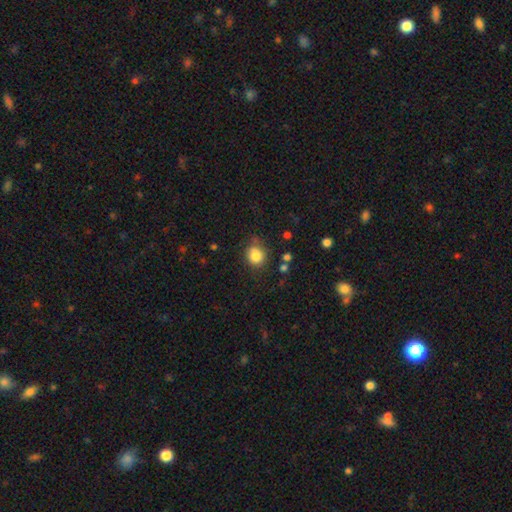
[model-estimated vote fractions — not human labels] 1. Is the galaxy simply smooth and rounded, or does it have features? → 83% smooth, 11% star or artifact, 7% featured or disk.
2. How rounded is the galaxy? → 72% round, 27% in between, 1% cigar-shaped.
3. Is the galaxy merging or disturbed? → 65% none, 22% minor disturbance, 7% merger, 7% major disturbance.